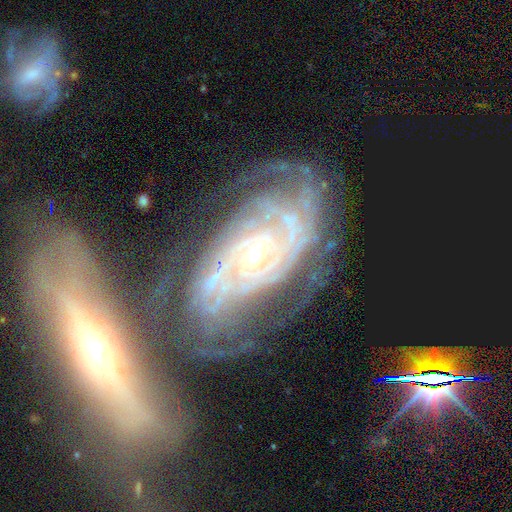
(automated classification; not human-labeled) This appears to be a featured or disk galaxy (90%) with no bar (63%), 2 (27%, tied with can't tell) tight (66%) spiral arms (97%) and a small central bulge (55%). Merging: none (57%).